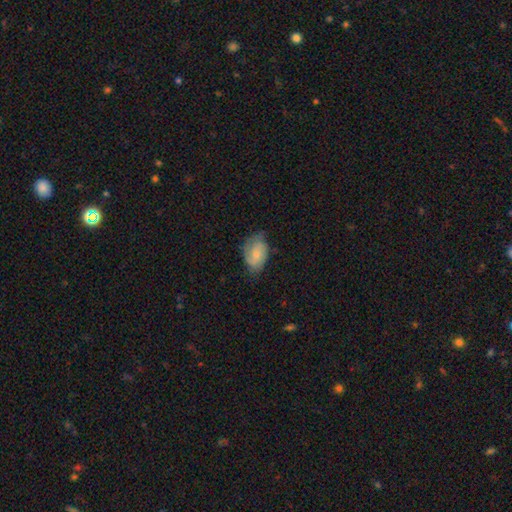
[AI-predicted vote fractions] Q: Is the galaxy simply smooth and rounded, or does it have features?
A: smooth — 48%.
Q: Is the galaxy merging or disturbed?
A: none — 58%.